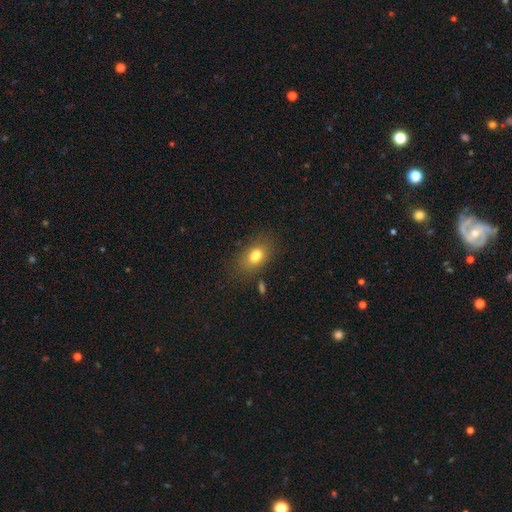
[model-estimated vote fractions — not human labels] smooth-or-featured: smooth: 74% | featured or disk: 15% | star or artifact: 11%
  how-rounded: in between: 81% | round: 16% | cigar-shaped: 3%
  merging: none: 62% | minor disturbance: 17% | merger: 15% | major disturbance: 6%